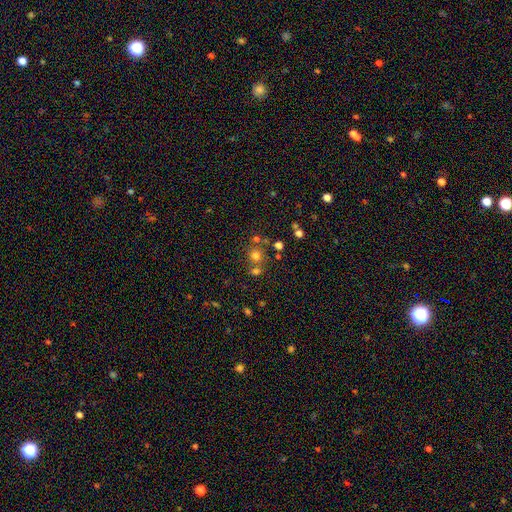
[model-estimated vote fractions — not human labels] The model was most divided on "merging": none: 60%, merger: 28%, minor disturbance: 8%, major disturbance: 4%. More confident: how rounded — round (85%); smooth or featured — smooth (70%).